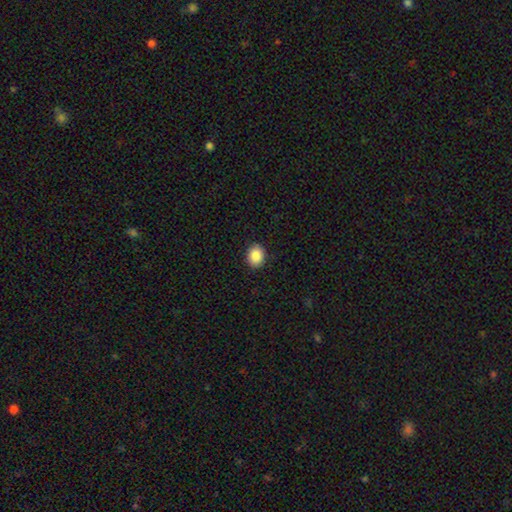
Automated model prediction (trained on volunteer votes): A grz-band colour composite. It shows a smooth galaxy with no disk features (88%) that is round (53%). Merging: none (90%).